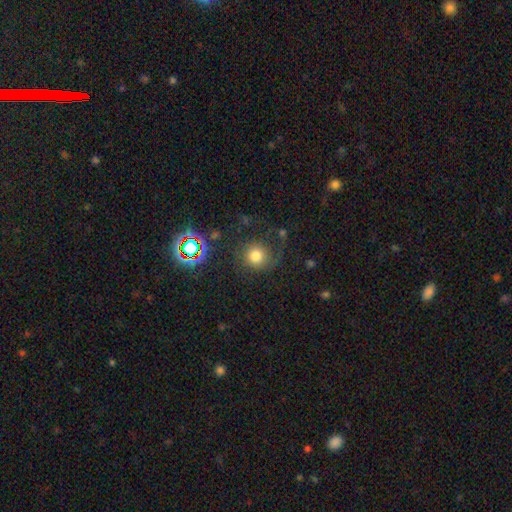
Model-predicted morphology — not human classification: A smooth galaxy with no disk features (71%) that is round (90%). Merging: none (68%).